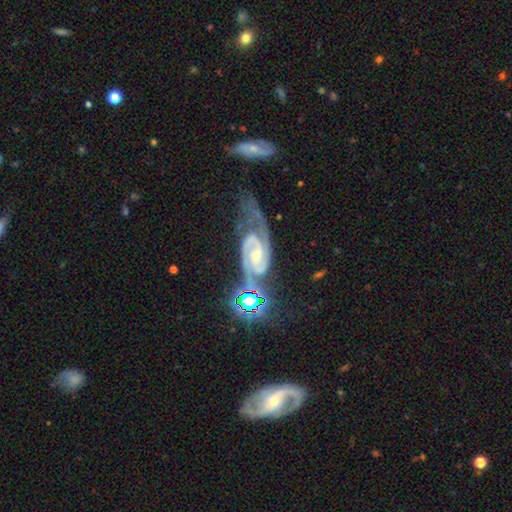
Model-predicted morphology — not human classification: Smooth or featured? Predicted: featured or disk (p=0.88). Edge-on disk? Predicted: no (p=0.96). Bar? Predicted: weak (p=0.45). Spiral arms? Predicted: yes (p=0.98). Spiral winding? Predicted: medium (p=0.48). Spiral arm count? Predicted: 2 (p=0.90). Bulge size? Predicted: small (p=0.54). Merging? Predicted: none (p=0.49).